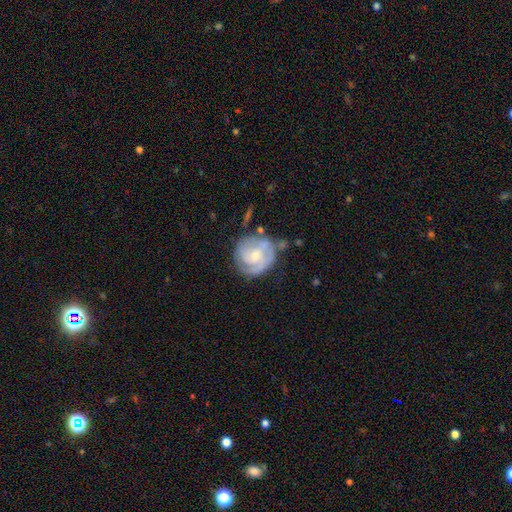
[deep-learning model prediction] Q: Smooth or featured?
A: featured or disk (75%); runner-up: smooth (19%)
Q: Edge-on disk?
A: no (98%); runner-up: yes (2%)
Q: Bar?
A: no (59%); runner-up: weak (35%)
Q: Spiral arms?
A: yes (90%); runner-up: no (10%)
Q: Spiral winding?
A: tight (59%); runner-up: medium (32%)
Q: Spiral arm count?
A: 2 (34%); runner-up: can't tell (28%)
Q: Bulge size?
A: small (54%); runner-up: moderate (39%)
Q: Merging?
A: none (64%); runner-up: minor disturbance (21%)